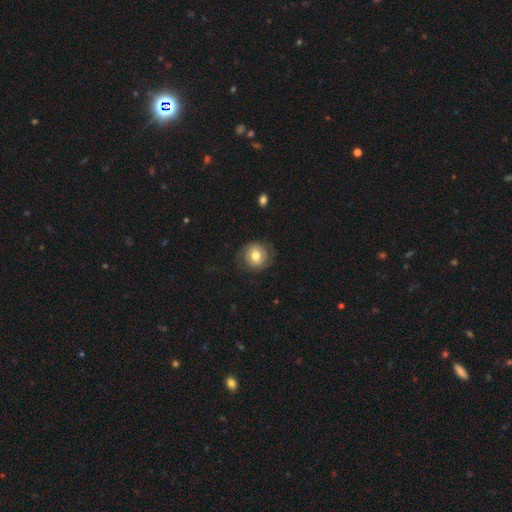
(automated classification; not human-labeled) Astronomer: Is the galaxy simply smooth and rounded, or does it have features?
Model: featured or disk — 47% (runner-up: smooth, 46%).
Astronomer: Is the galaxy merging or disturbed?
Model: none — 75%.